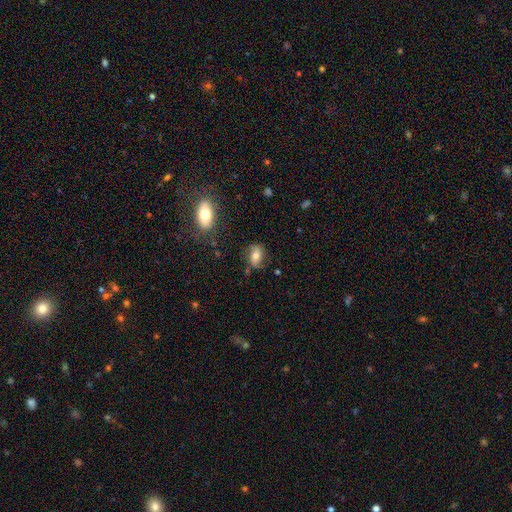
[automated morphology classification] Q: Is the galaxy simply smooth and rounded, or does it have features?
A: smooth — 45%.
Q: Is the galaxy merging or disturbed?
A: none — 70%.